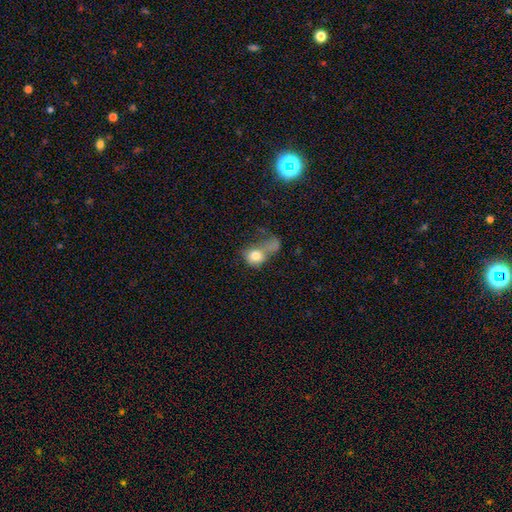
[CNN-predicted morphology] smooth_or_featured: smooth (p=0.74) [alt: featured or disk p=0.16]
how_rounded: round (p=0.57) [alt: in between p=0.42]
merging: major disturbance (p=0.36) [alt: merger p=0.30]